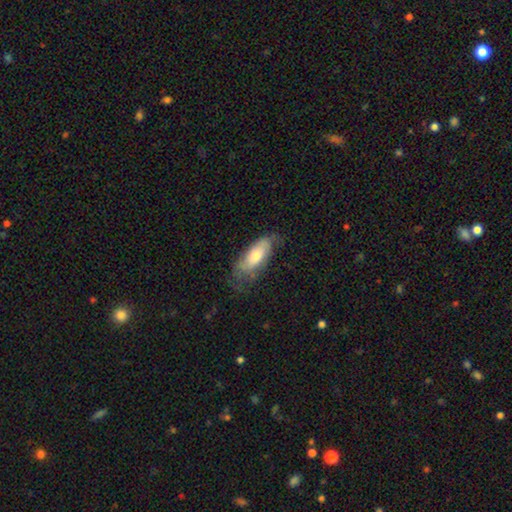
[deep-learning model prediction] Smooth or featured? Predicted: smooth (p=0.59). How rounded? Predicted: in between (p=0.77). Merging? Predicted: none (p=0.54).